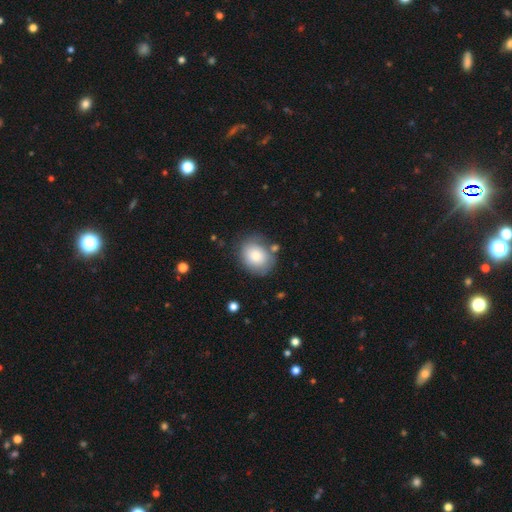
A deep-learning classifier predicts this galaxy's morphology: smooth_or_featured: smooth (p=0.79) [alt: featured or disk p=0.13]
how_rounded: round (p=0.58) [alt: in between p=0.41]
merging: none (p=0.71) [alt: minor disturbance p=0.18]